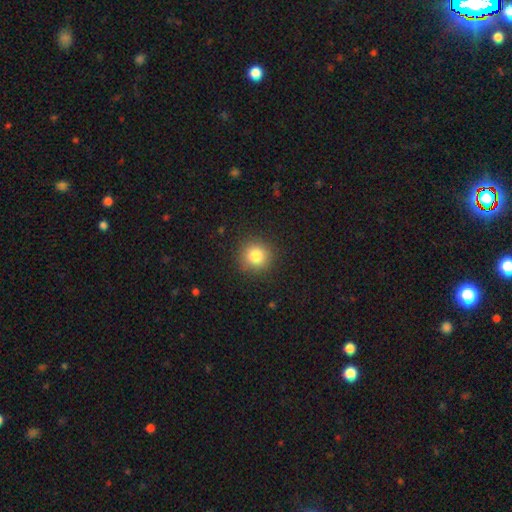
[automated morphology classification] Smooth or featured? Predicted: smooth (p=0.83). How rounded? Predicted: round (p=0.92). Merging? Predicted: none (p=0.89).